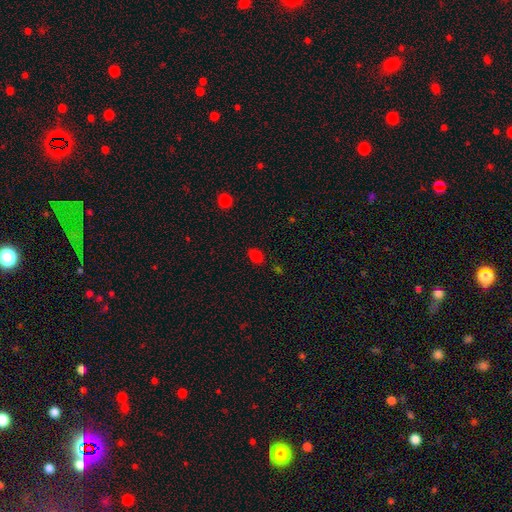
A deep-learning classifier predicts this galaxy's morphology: Smooth or featured?
  - smooth: 76% *
  - star or artifact: 20%
  - featured or disk: 4%
How rounded?
  - in between: 65% *
  - round: 33%
  - cigar-shaped: 1%
Merging?
  - none: 81% *
  - minor disturbance: 13%
  - major disturbance: 3%
  - merger: 3%